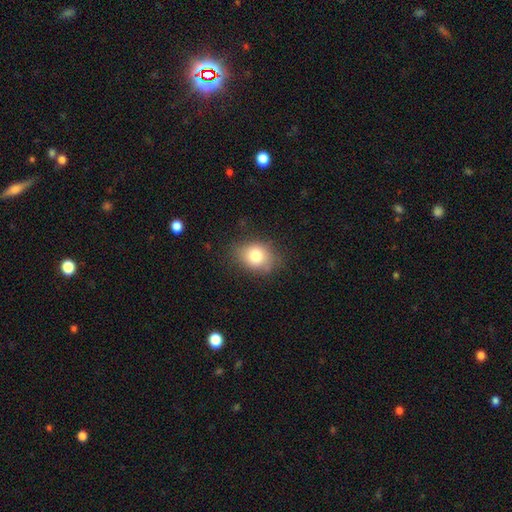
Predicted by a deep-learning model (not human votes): The model was most divided on "how rounded": in between: 55%, round: 44%, cigar-shaped: 1%. More confident: smooth or featured — smooth (80%); merging — none (72%).